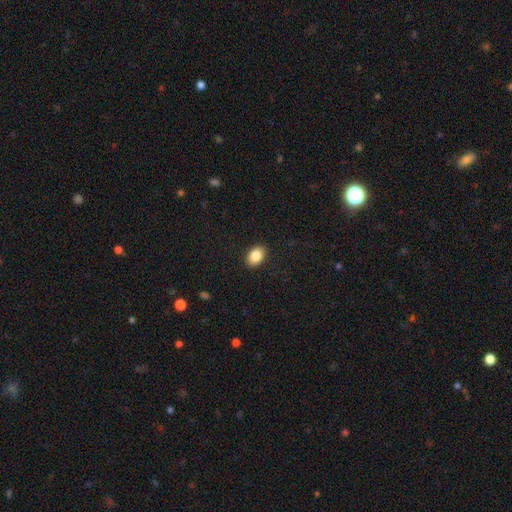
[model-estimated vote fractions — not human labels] A smooth galaxy with no disk features (86%) that is in between round and cigar-shaped (84%). Merging: none (90%).